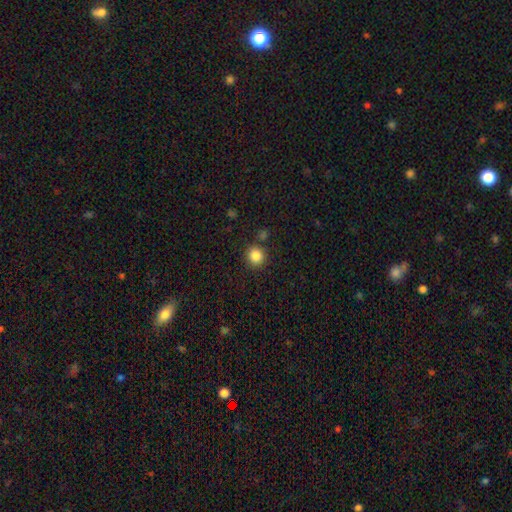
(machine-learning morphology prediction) Overall: smooth (85%). How rounded: round (91%). Merging: none (86%).